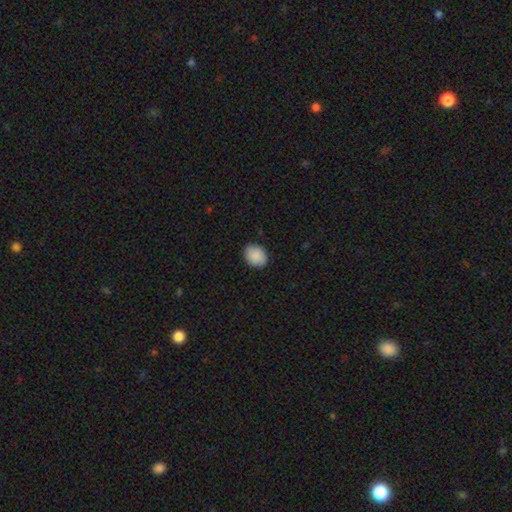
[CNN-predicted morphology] Overall: smooth (90%). How rounded: in between (54%; round 45%). Merging: none (88%).